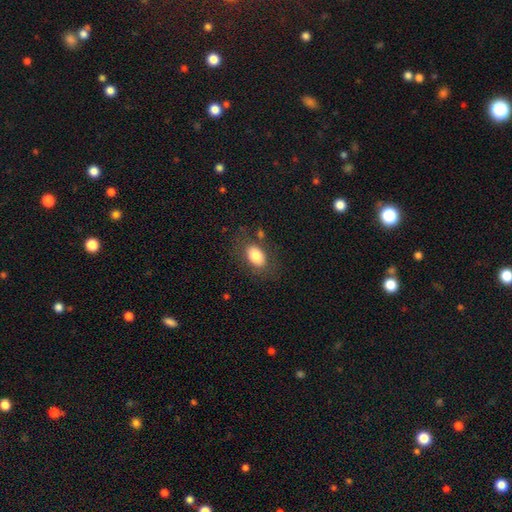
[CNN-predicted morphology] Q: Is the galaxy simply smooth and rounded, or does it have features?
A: smooth — 81%.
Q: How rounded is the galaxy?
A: in between — 87%.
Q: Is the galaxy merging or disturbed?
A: none — 77%.